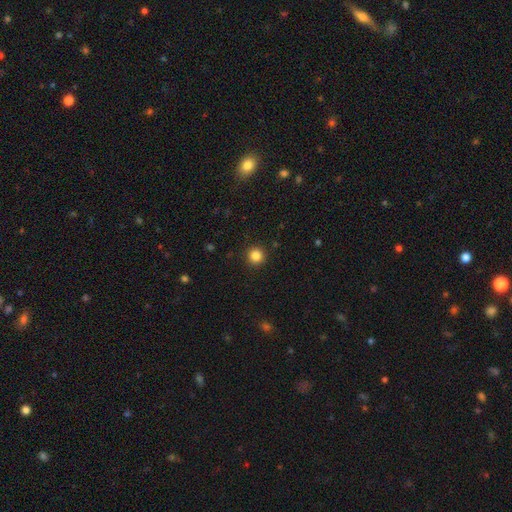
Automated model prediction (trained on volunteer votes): This is clearly a smooth galaxy (84%). How rounded: clearly round (96%). Merging: clearly none (93%).